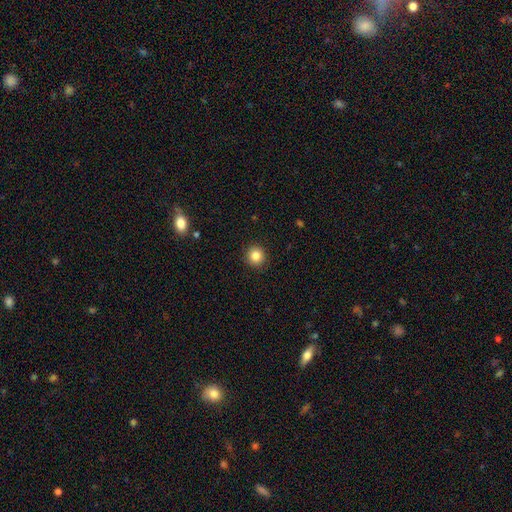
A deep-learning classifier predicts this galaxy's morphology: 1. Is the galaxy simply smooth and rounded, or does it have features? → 85% smooth, 10% star or artifact, 5% featured or disk.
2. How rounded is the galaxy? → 94% round, 5% in between, 1% cigar-shaped.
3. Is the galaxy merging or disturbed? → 92% none, 5% minor disturbance, 2% major disturbance, 1% merger.